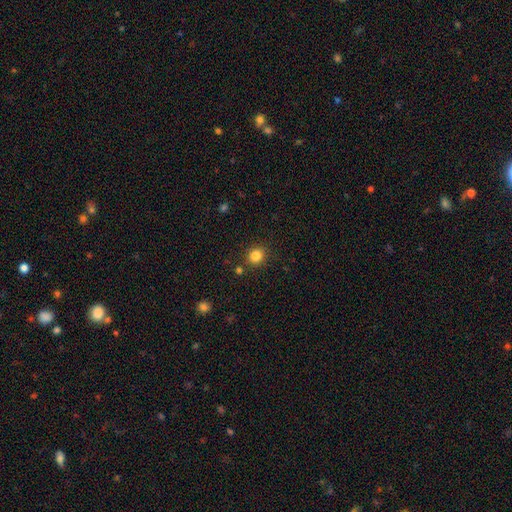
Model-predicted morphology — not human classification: This is clearly a smooth galaxy (83%). How rounded: clearly round (84%). Merging: clearly none (86%).